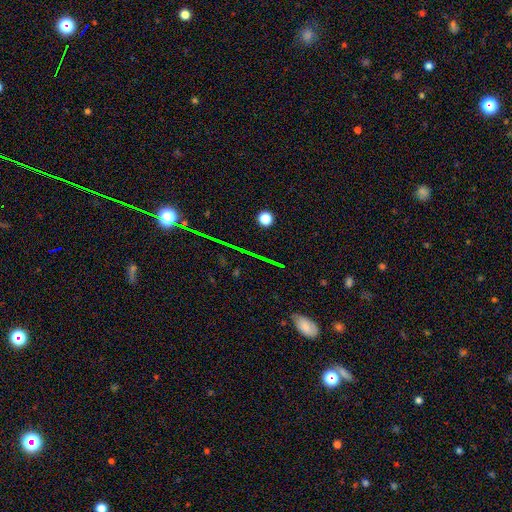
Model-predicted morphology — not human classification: A star or artifact, not a galaxy (67%).

Vote fractions:
- Smooth or featured? star or artifact: 67% / smooth: 18% / featured or disk: 14%